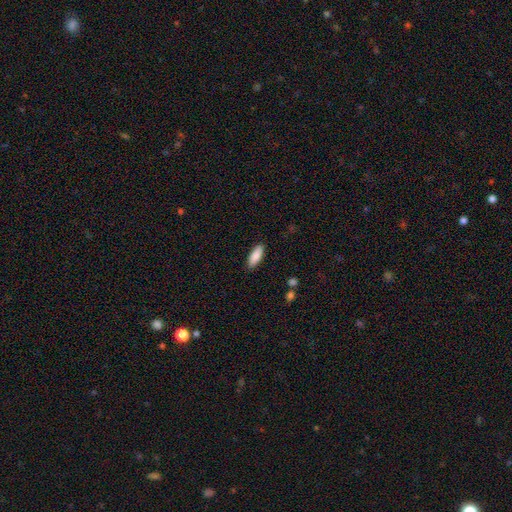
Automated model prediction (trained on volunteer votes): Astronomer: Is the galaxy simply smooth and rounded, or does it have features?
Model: smooth — 88%.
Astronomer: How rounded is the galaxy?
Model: in between — 71%.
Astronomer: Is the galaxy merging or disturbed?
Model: none — 87%.